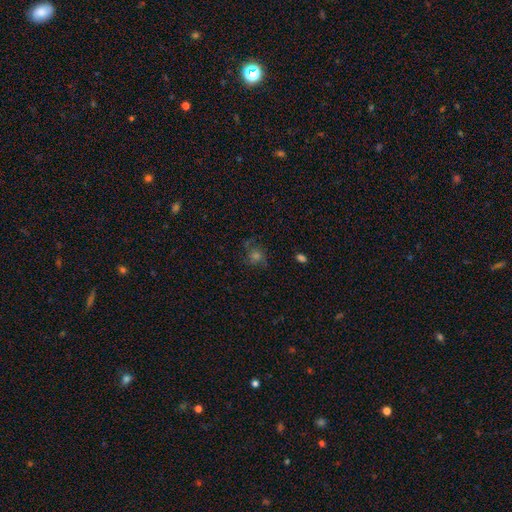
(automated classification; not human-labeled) Smooth or featured: featured or disk — 37% (smooth — 34%)
Merging: none — 72% (minor disturbance — 16%)